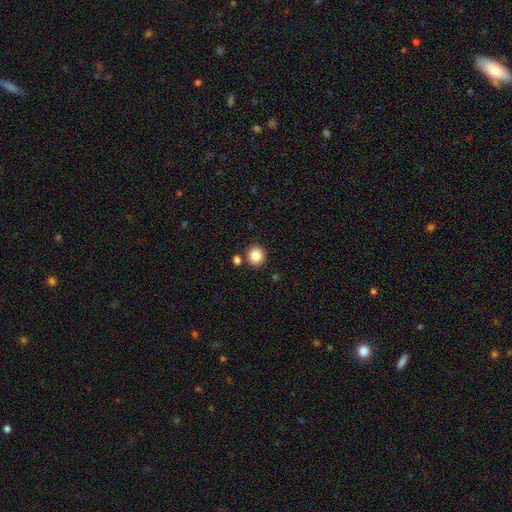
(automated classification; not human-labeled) The model was most divided on "smooth or featured": smooth: 86%, star or artifact: 10%, featured or disk: 5%. More confident: how rounded — round (92%); merging — none (85%).